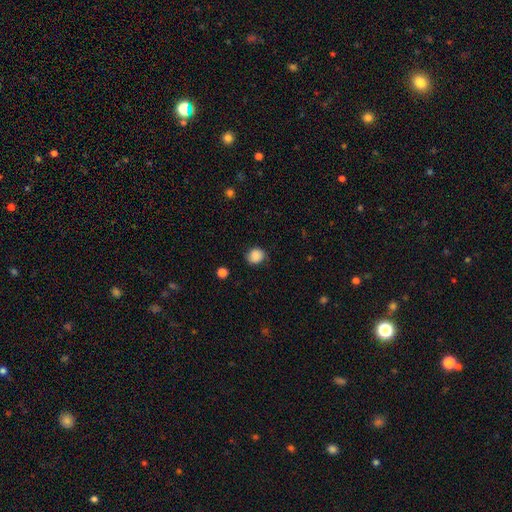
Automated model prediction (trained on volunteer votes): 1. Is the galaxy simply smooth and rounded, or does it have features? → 87% smooth, 9% star or artifact, 4% featured or disk.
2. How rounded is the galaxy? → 77% round, 22% in between, 1% cigar-shaped.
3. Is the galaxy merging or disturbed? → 78% none, 17% minor disturbance, 4% major disturbance, 1% merger.